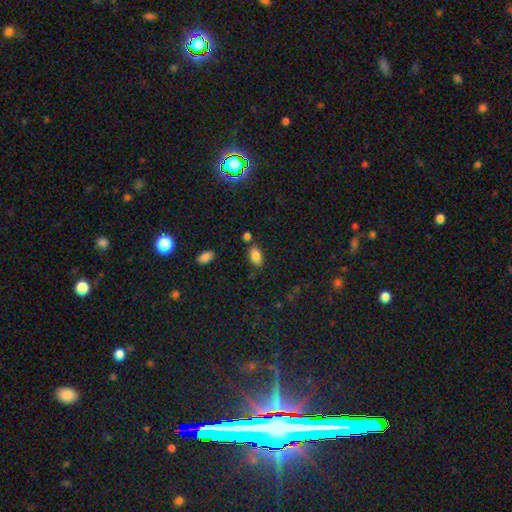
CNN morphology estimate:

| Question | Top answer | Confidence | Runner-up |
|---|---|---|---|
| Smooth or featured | smooth | 84% | star or artifact (9%) |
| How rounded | in between | 92% | round (5%) |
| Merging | none | 73% | minor disturbance (14%) |